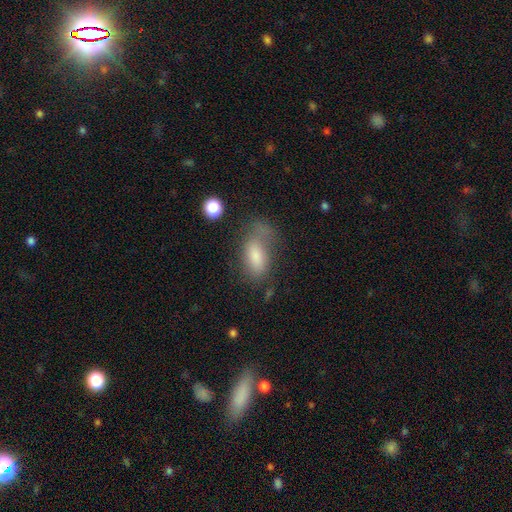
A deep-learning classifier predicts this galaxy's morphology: Smooth or featured: smooth — 72% (featured or disk — 18%)
How rounded: in between — 87% (cigar-shaped — 8%)
Merging: none — 43% (minor disturbance — 27%)